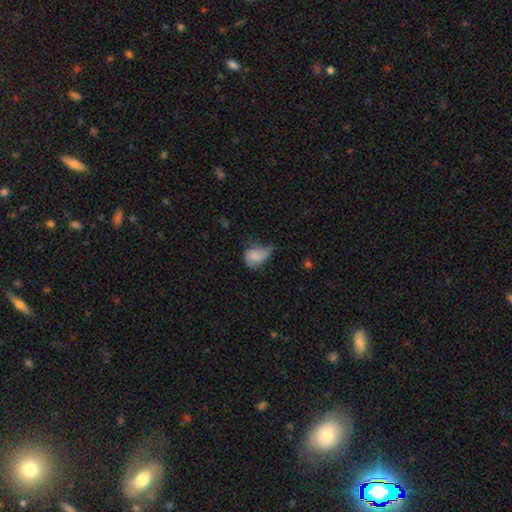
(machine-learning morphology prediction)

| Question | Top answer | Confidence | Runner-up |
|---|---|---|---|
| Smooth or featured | smooth | 72% | featured or disk (19%) |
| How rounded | in between | 69% | round (29%) |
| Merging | minor disturbance | 41% | major disturbance (32%) |